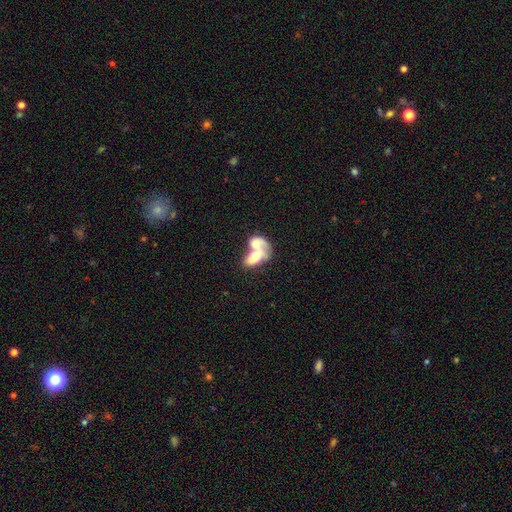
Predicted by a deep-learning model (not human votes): Overall: smooth (47%; featured or disk 45%). Merging: merger (79%).